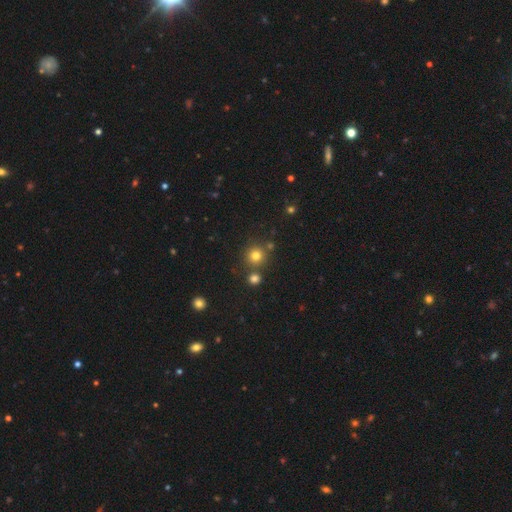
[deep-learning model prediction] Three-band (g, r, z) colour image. It shows a smooth galaxy with no disk features (76%) that is round (93%). Merging: none (79%).